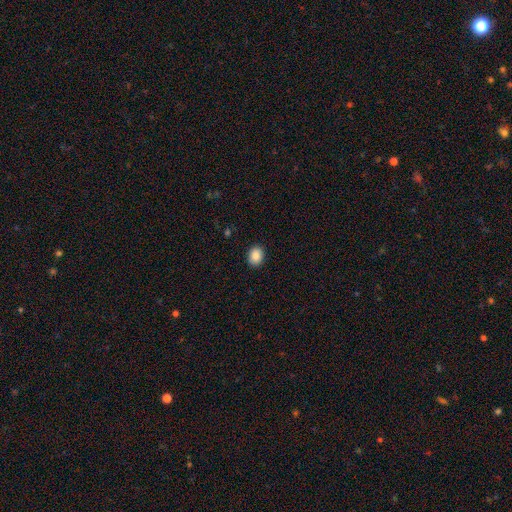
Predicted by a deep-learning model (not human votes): The model was most divided on "how rounded": in between: 58%, round: 41%, cigar-shaped: 1%. More confident: merging — none (91%); smooth or featured — smooth (87%).